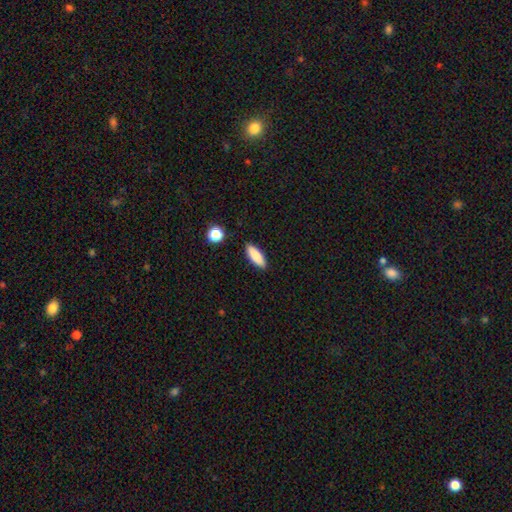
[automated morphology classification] A smooth galaxy with no disk features (85%) that is in between round and cigar-shaped (66%).

Vote fractions:
- Smooth or featured? smooth: 85% / featured or disk: 8% / star or artifact: 7%
- How rounded? in between: 66% / cigar-shaped: 32% / round: 2%
- Merging? none: 88% / minor disturbance: 8% / major disturbance: 2% / merger: 2%